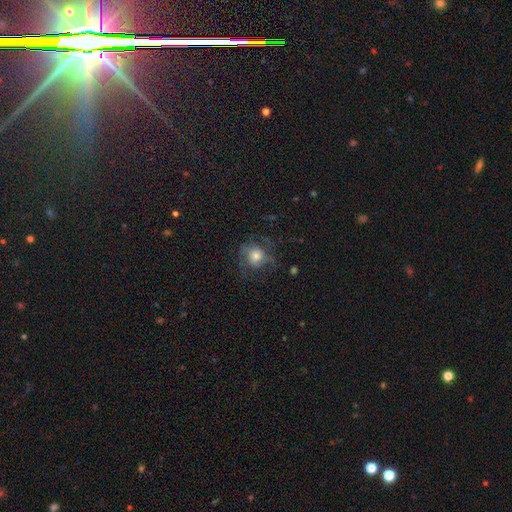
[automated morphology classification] Smooth or featured?
  - featured or disk: 47% *
  - smooth: 41%
  - star or artifact: 13%
Merging?
  - none: 59% *
  - major disturbance: 20%
  - minor disturbance: 19%
  - merger: 2%